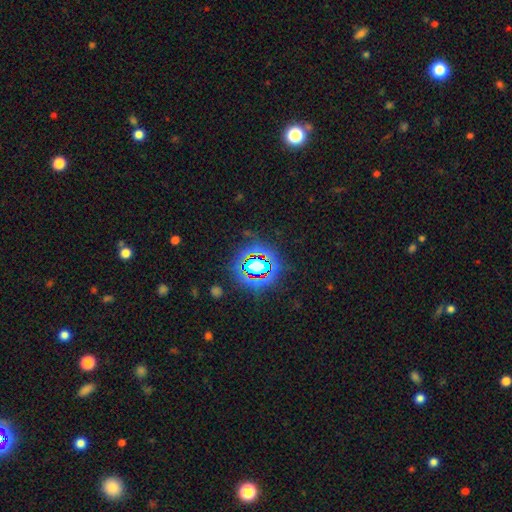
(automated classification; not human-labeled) smooth_or_featured: star or artifact (p=0.78) [alt: smooth p=0.13]